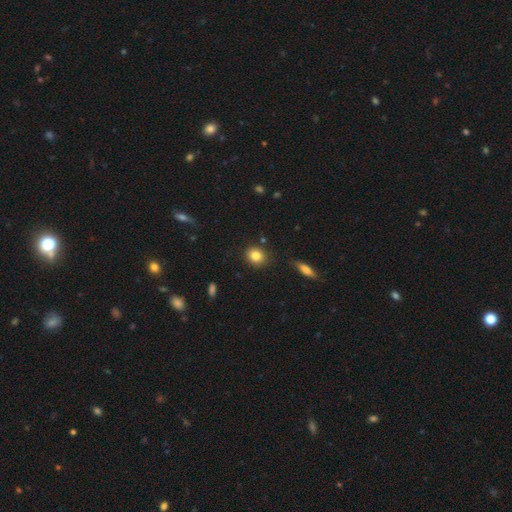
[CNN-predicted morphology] smooth-or-featured: smooth: 83% | star or artifact: 9% | featured or disk: 8%
  how-rounded: round: 72% | in between: 26% | cigar-shaped: 1%
  merging: none: 85% | minor disturbance: 10% | merger: 3% | major disturbance: 2%